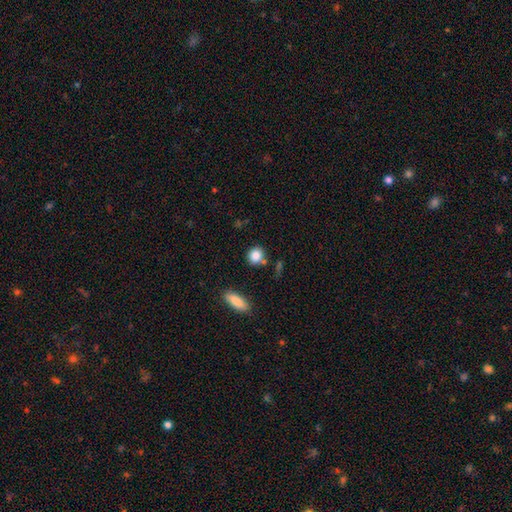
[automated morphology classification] smooth-or-featured: smooth: 85% | star or artifact: 9% | featured or disk: 6%
  how-rounded: round: 75% | in between: 23% | cigar-shaped: 2%
  merging: none: 73% | minor disturbance: 13% | merger: 11% | major disturbance: 4%